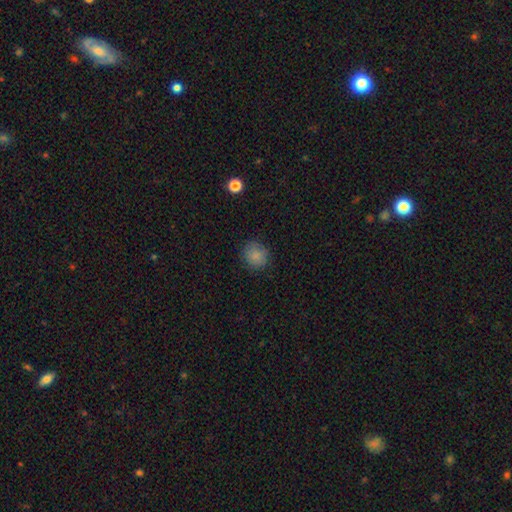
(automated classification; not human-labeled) Smooth or featured?
  - smooth: 84% *
  - star or artifact: 10%
  - featured or disk: 6%
How rounded?
  - round: 87% *
  - in between: 13%
  - cigar-shaped: 1%
Merging?
  - none: 84% *
  - minor disturbance: 12%
  - major disturbance: 3%
  - merger: 1%